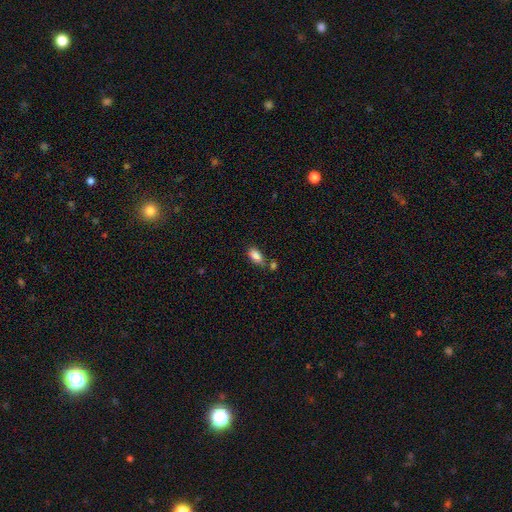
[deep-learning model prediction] smooth_or_featured: smooth (p=0.86) [alt: star or artifact p=0.08]
how_rounded: in between (p=0.91) [alt: cigar-shaped p=0.05]
merging: none (p=0.62) [alt: merger p=0.19]